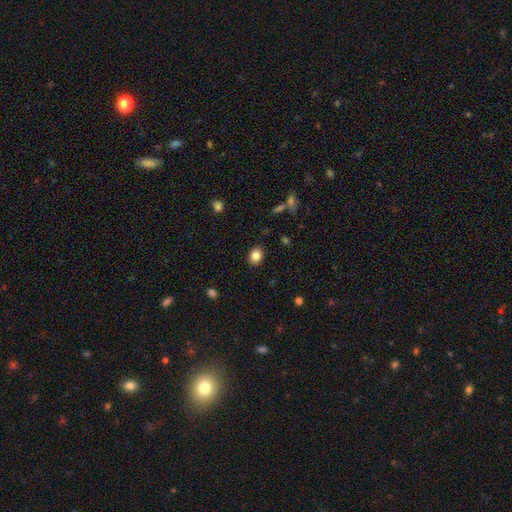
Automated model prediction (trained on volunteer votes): smooth 84%, star or artifact 10%, featured or disk 6%. Down the decision tree: how rounded — round (52%); merging — none (89%).